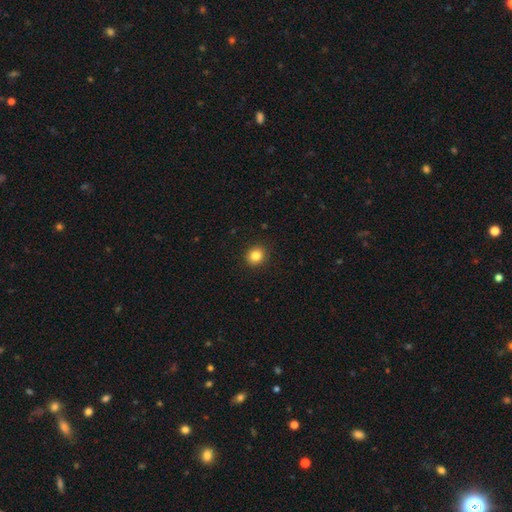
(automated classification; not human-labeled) smooth_or_featured: smooth (p=0.84) [alt: star or artifact p=0.11]
how_rounded: round (p=0.86) [alt: in between p=0.14]
merging: none (p=0.92) [alt: minor disturbance p=0.06]